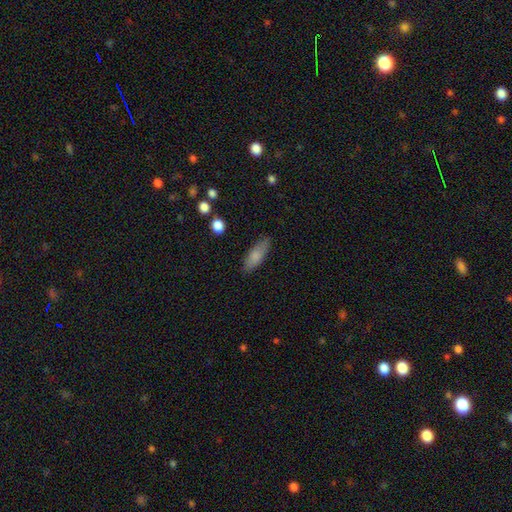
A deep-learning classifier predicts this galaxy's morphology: This is clearly a smooth galaxy (81%). How rounded: likely in between (64%). Merging: clearly none (84%).